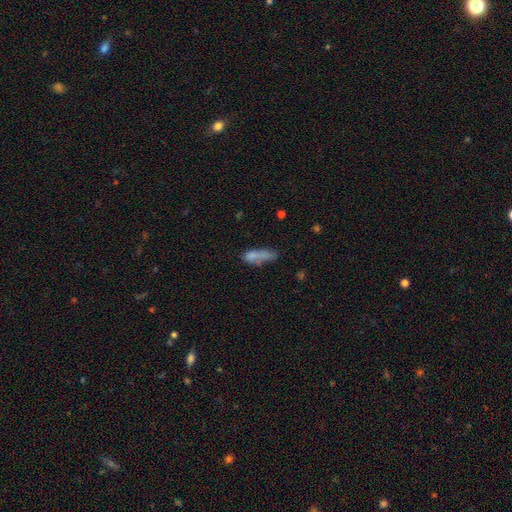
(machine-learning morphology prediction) Smooth or featured? smooth (73%)
How rounded? cigar-shaped (51%)
Merging? none (41%)